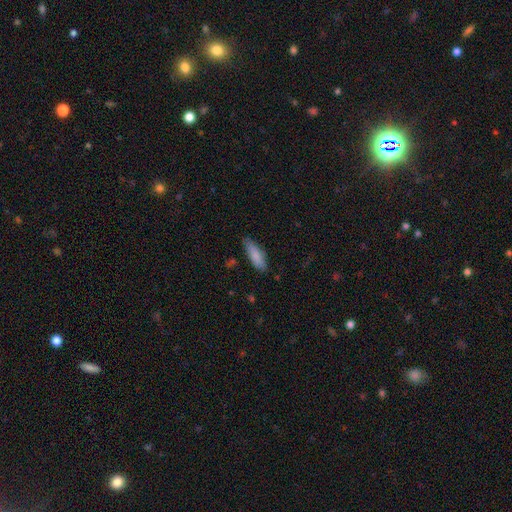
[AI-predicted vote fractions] This appears to be a smooth galaxy with no disk features (84%) that is cigar-shaped (49%, tied with in between). Merging: none (79%).